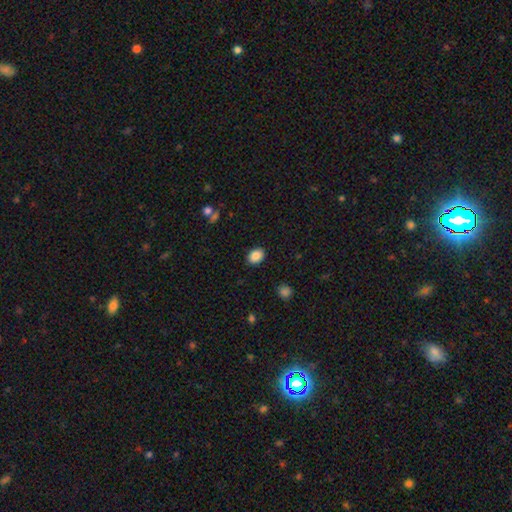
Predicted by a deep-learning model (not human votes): This appears to be a smooth galaxy with no disk features (87%) that is in between round and cigar-shaped (67%). Merging: none (89%).